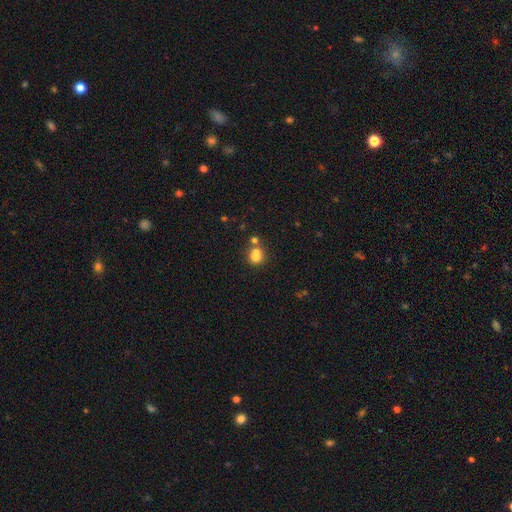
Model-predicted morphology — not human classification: This is likely a smooth galaxy (76%). How rounded: clearly round (82%). Merging: possibly none (47%).